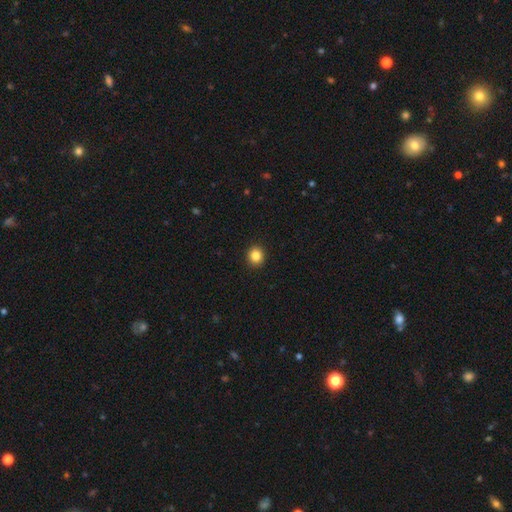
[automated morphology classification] smooth 85%, star or artifact 10%, featured or disk 5%. Down the decision tree: how rounded — round (85%); merging — none (93%).